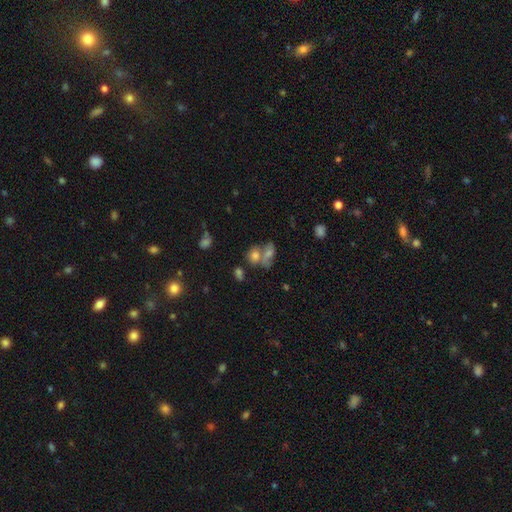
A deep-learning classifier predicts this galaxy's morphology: The model was most divided on "how rounded": in between: 53%, round: 44%, cigar-shaped: 3%. Remaining: smooth or featured — smooth (66%); merging — merger (47%).